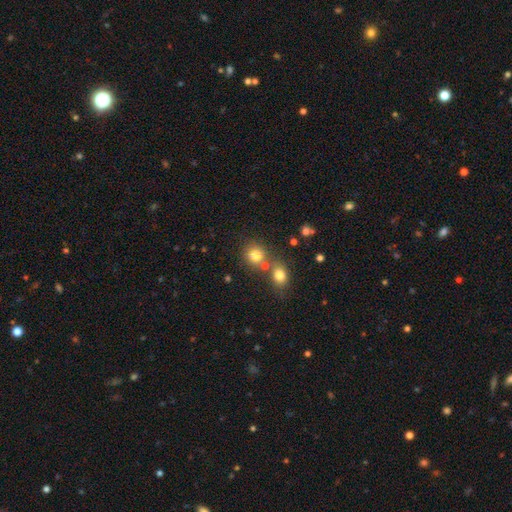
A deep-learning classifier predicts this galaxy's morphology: The model was most divided on "merging": none: 53%, merger: 34%, minor disturbance: 9%, major disturbance: 4%. More confident: how rounded — round (81%); smooth or featured — smooth (80%).